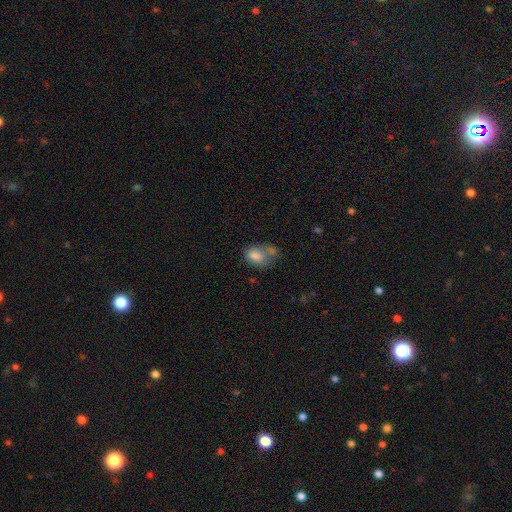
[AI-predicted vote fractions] Smooth or featured?
  - smooth: 76% *
  - featured or disk: 14%
  - star or artifact: 9%
How rounded?
  - in between: 80% *
  - round: 18%
  - cigar-shaped: 1%
Merging?
  - merger: 34% *
  - none: 29%
  - minor disturbance: 21%
  - major disturbance: 16%